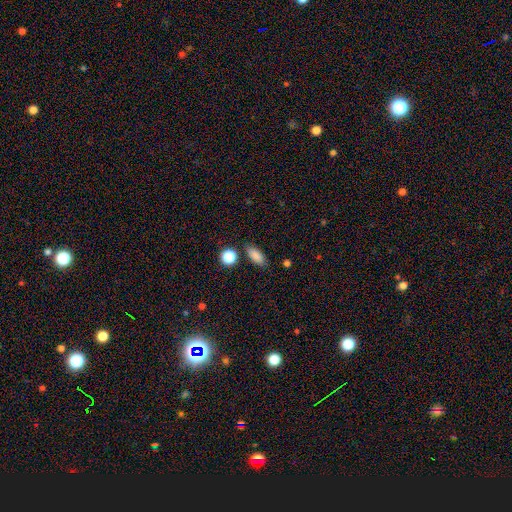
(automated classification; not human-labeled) This is clearly a smooth galaxy (85%). How rounded: likely in between (79%). Merging: clearly none (82%).